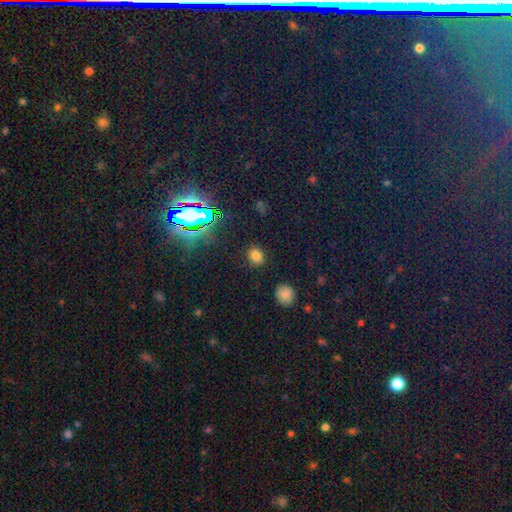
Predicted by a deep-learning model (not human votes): Overall: smooth (76%). How rounded: round (54%; in between 45%). Merging: none (87%).